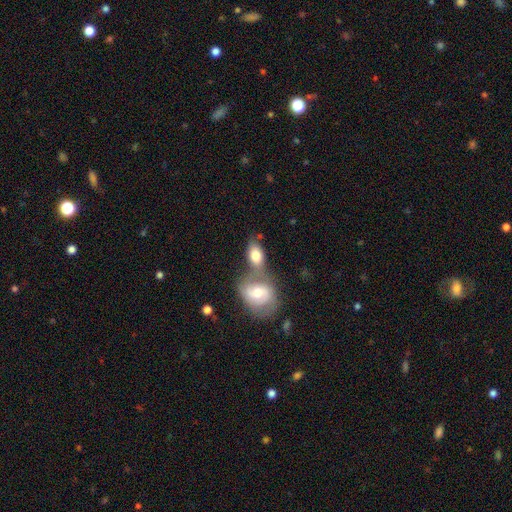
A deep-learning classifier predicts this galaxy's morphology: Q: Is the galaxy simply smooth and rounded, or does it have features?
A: smooth — 71%.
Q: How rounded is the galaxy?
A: in between — 84%.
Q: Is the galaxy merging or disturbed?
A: merger — 51%.